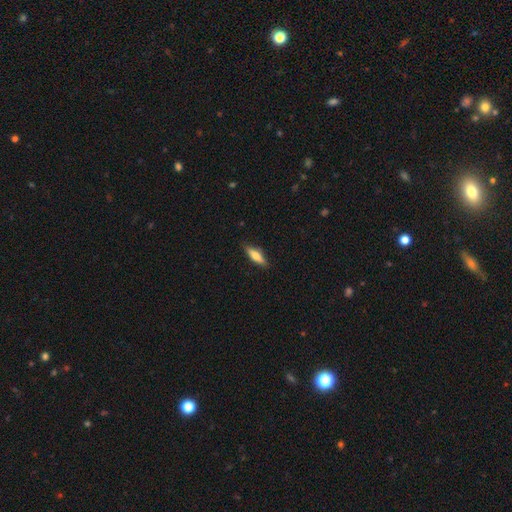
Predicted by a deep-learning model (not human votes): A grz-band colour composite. It shows a smooth galaxy with no disk features (68%) that is cigar-shaped (57%). Merging: none (85%).